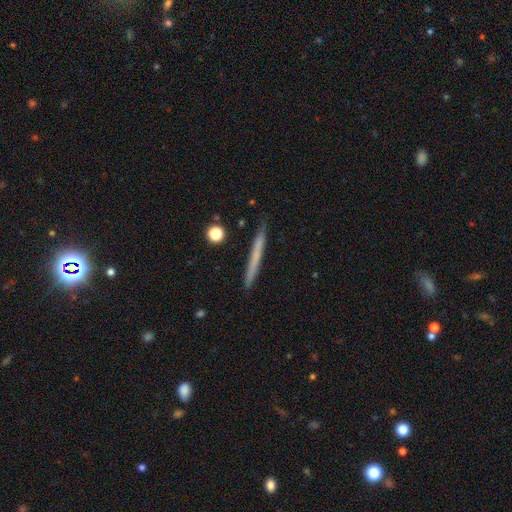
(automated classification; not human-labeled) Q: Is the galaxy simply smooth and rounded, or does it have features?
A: smooth — 57%.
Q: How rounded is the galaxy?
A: cigar-shaped — 97%.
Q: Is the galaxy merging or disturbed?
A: none — 90%.